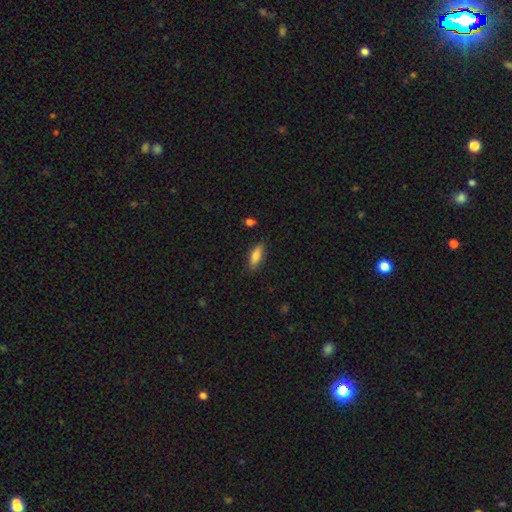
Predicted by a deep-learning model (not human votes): Morphology: type=smooth (83%); roundness=in between (65%); merging=none (82%).